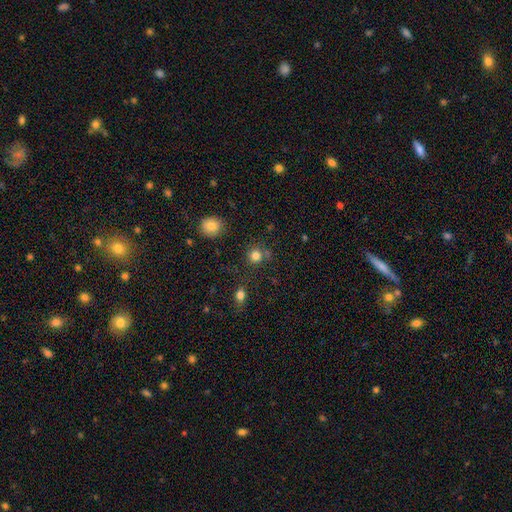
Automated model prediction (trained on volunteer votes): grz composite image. It shows a smooth galaxy with no disk features (82%) that is round (89%). Merging: none (77%).